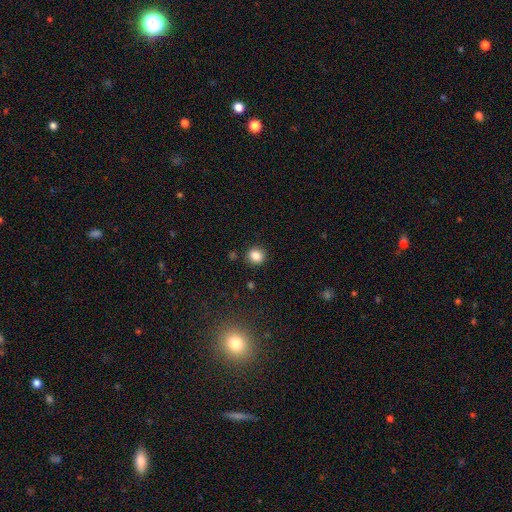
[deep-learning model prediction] Q: Smooth or featured?
A: smooth (85%); runner-up: star or artifact (11%)
Q: How rounded?
A: round (86%); runner-up: in between (13%)
Q: Merging?
A: none (88%); runner-up: minor disturbance (7%)